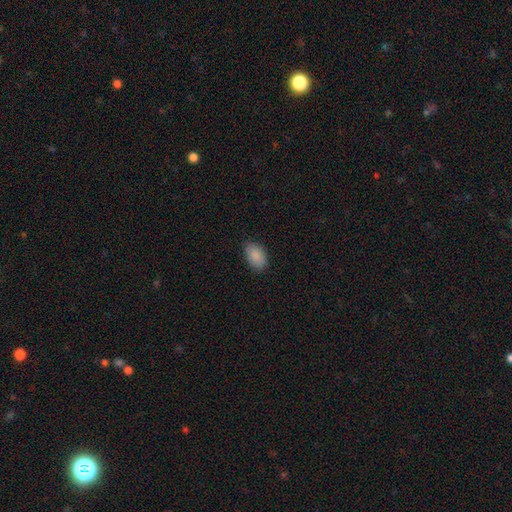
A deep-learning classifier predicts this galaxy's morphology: A smooth galaxy with no disk features (89%) that is in between round and cigar-shaped (92%).

Vote fractions:
- Smooth or featured? smooth: 89% / star or artifact: 7% / featured or disk: 4%
- How rounded? in between: 92% / round: 6% / cigar-shaped: 2%
- Merging? none: 82% / minor disturbance: 14% / major disturbance: 3% / merger: 1%